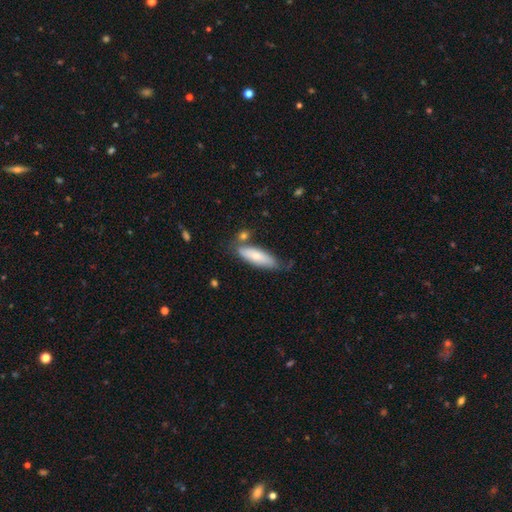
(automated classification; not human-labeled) Q: Smooth or featured?
A: smooth (75%); runner-up: featured or disk (19%)
Q: How rounded?
A: cigar-shaped (50%); runner-up: in between (48%)
Q: Merging?
A: none (60%); runner-up: minor disturbance (24%)